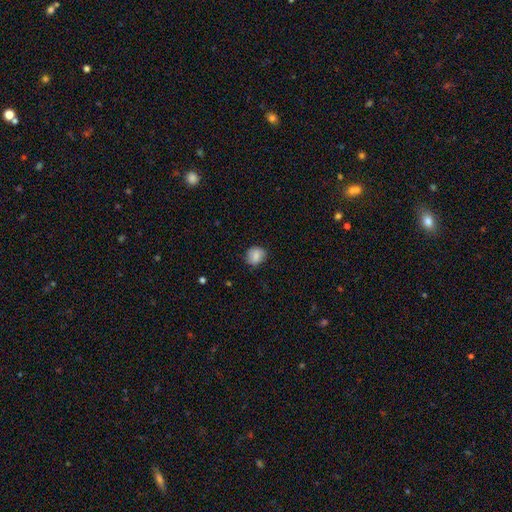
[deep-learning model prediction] Q: Smooth or featured?
A: smooth (82%); runner-up: featured or disk (9%)
Q: How rounded?
A: round (70%); runner-up: in between (29%)
Q: Merging?
A: none (81%); runner-up: minor disturbance (15%)